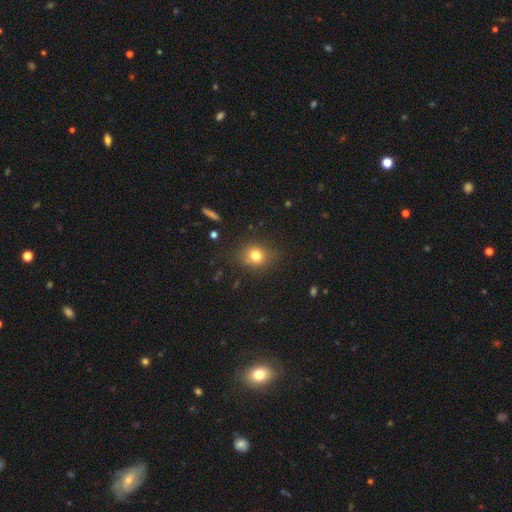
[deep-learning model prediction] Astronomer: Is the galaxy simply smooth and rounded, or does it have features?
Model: smooth — 77%.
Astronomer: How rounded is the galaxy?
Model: round — 70%.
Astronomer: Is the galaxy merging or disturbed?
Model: none — 81%.